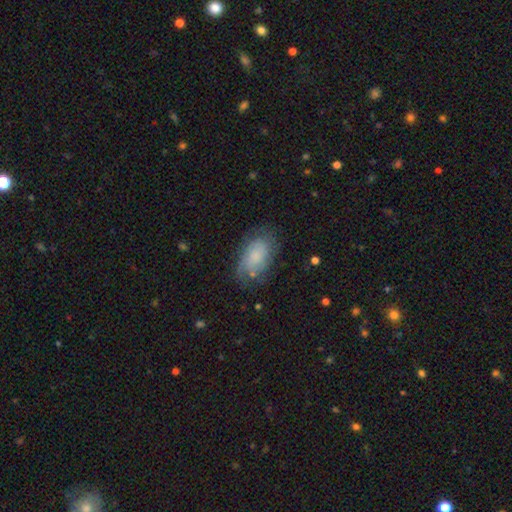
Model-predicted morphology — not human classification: smooth 58%, featured or disk 34%, star or artifact 9%. Down the decision tree: how rounded — in between (92%); merging — none (62%).